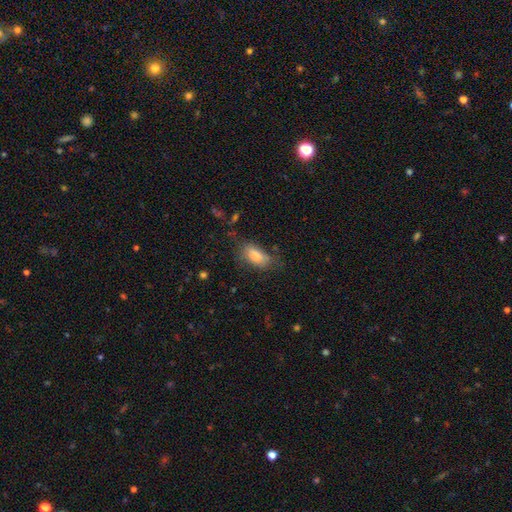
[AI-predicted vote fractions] smooth-or-featured: smooth: 82% | featured or disk: 10% | star or artifact: 8%
  how-rounded: in between: 90% | cigar-shaped: 6% | round: 4%
  merging: none: 57% | minor disturbance: 27% | major disturbance: 13% | merger: 3%